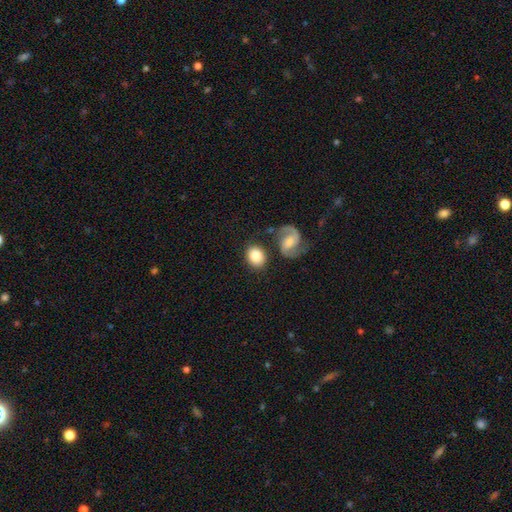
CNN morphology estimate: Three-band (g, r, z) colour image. It shows a smooth galaxy with no disk features (76%) that is round (53%). Merging: none (68%).